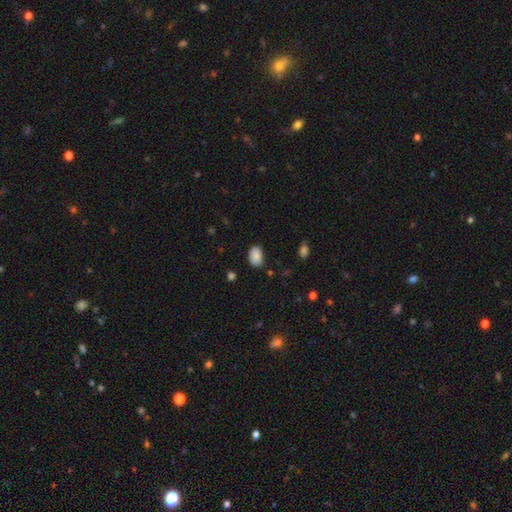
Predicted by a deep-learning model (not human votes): smooth 86%, star or artifact 8%, featured or disk 6%. Down the decision tree: how rounded — in between (87%); merging — none (79%).